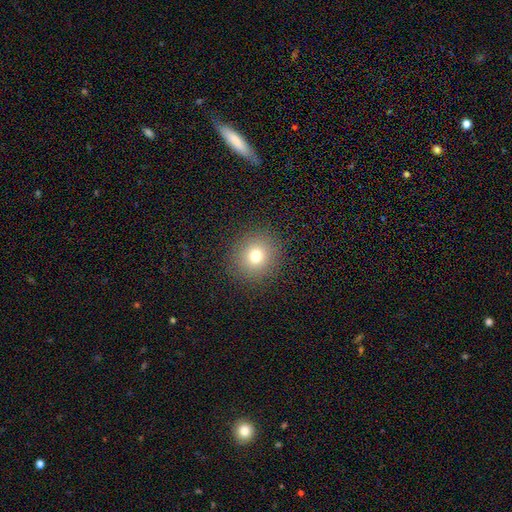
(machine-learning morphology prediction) The model was most divided on "smooth or featured": smooth: 74%, star or artifact: 15%, featured or disk: 10%. More confident: merging — none (90%); how rounded — round (89%).